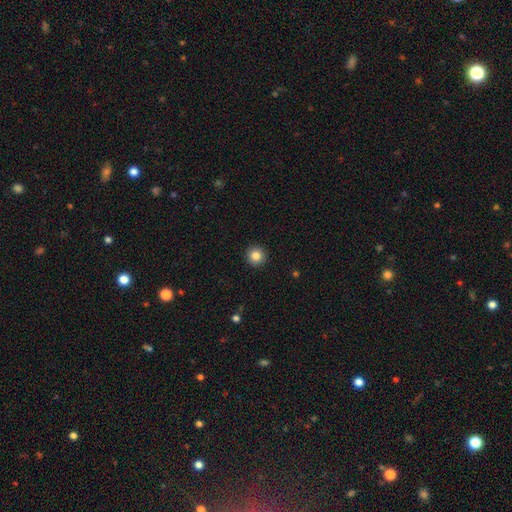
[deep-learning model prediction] smooth-or-featured: smooth: 85% | star or artifact: 10% | featured or disk: 5%
  how-rounded: round: 96% | in between: 4% | cigar-shaped: 1%
  merging: none: 93% | minor disturbance: 4% | major disturbance: 1% | merger: 1%